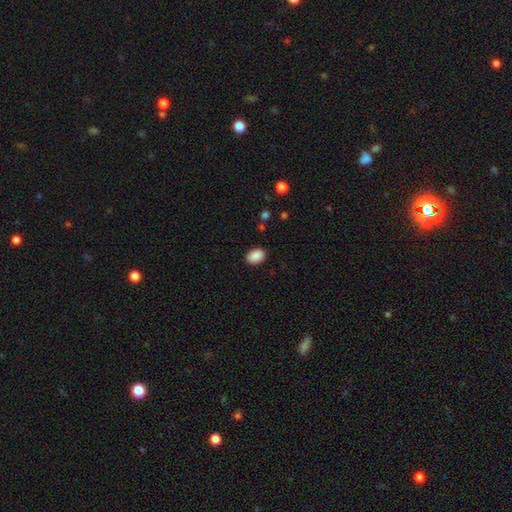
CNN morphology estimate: smooth_or_featured: smooth (p=0.90) [alt: star or artifact p=0.07]
how_rounded: in between (p=0.81) [alt: round p=0.18]
merging: none (p=0.87) [alt: minor disturbance p=0.09]